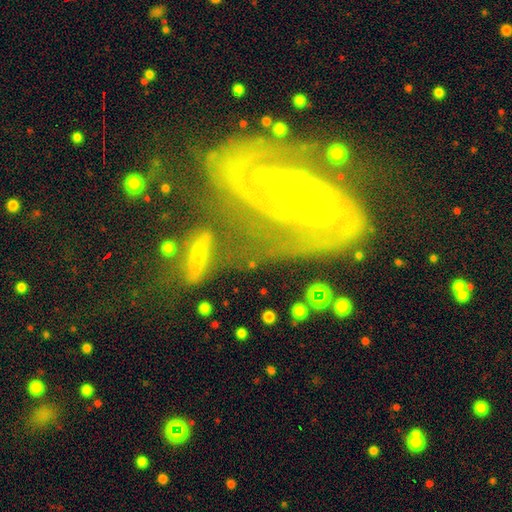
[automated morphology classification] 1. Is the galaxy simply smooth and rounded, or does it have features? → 87% featured or disk, 7% star or artifact, 6% smooth.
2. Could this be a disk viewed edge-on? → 95% no, 5% yes.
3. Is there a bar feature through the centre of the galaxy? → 38% weak, 35% no, 27% strong.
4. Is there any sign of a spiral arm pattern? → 97% yes, 3% no.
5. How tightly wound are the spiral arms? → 65% tight, 29% medium, 6% loose.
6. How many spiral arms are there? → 75% 2, 9% can't tell, 8% 3, 3% 4, 3% 1, 3% more than 4.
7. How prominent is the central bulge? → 80% small, 14% moderate, 3% none, 2% large, 1% dominant.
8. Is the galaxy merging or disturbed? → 51% none, 19% merger, 19% minor disturbance, 11% major disturbance.